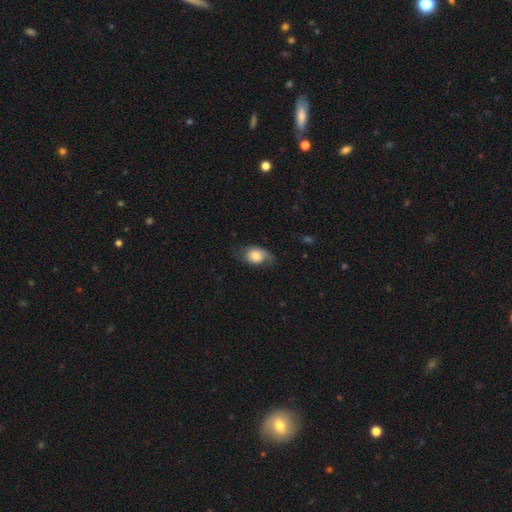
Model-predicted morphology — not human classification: The model was most divided on "merging": none: 56%, minor disturbance: 29%, major disturbance: 14%, merger: 1%. More confident: how rounded — in between (76%); smooth or featured — smooth (67%).